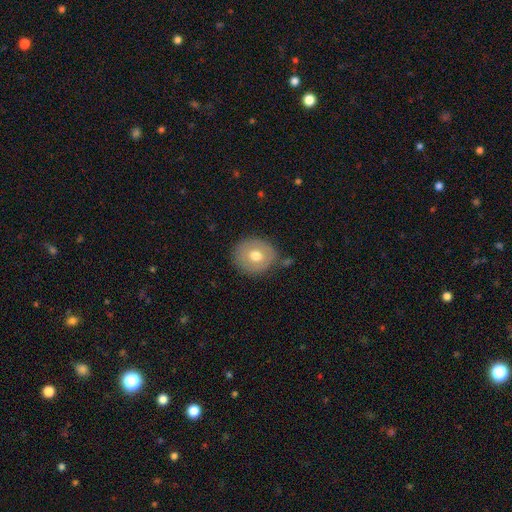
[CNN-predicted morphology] Smooth or featured?
  - smooth: 64% *
  - featured or disk: 28%
  - star or artifact: 8%
How rounded?
  - round: 78% *
  - in between: 21%
  - cigar-shaped: 1%
Merging?
  - none: 77% *
  - minor disturbance: 15%
  - major disturbance: 4%
  - merger: 4%